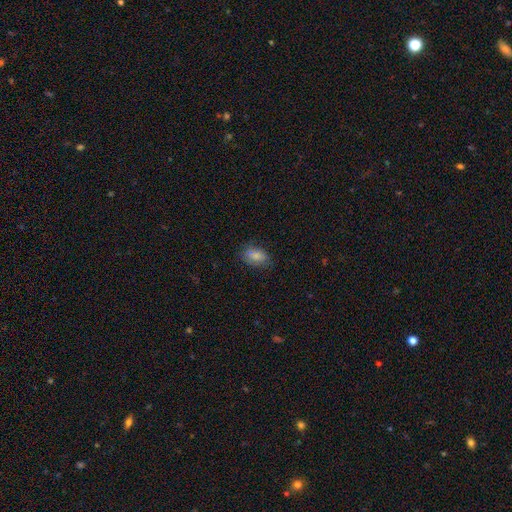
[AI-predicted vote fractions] This is likely a smooth galaxy (80%). How rounded: clearly in between (86%). Merging: likely none (71%).